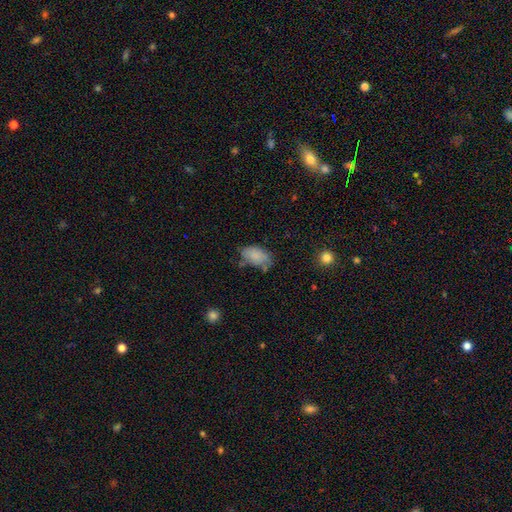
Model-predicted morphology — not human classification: The model was most divided on "merging": none: 55%, minor disturbance: 29%, major disturbance: 9%, merger: 6%. More confident: how rounded — in between (93%); smooth or featured — smooth (82%).